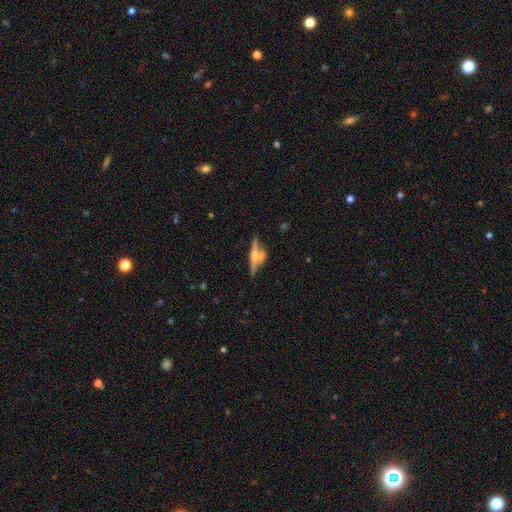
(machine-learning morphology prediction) Q: Smooth or featured?
A: featured or disk (58%); runner-up: smooth (34%)
Q: Edge-on disk?
A: yes (90%); runner-up: no (10%)
Q: Edge-on bulge?
A: rounded (78%); runner-up: none (12%)
Q: Merging?
A: none (53%); runner-up: merger (28%)